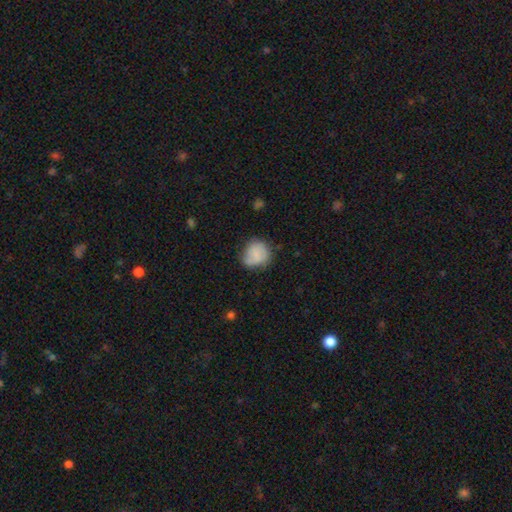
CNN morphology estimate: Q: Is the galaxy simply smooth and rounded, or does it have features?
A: smooth — 73%.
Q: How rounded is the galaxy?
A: round — 76%.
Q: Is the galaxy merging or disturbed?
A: none — 59%.